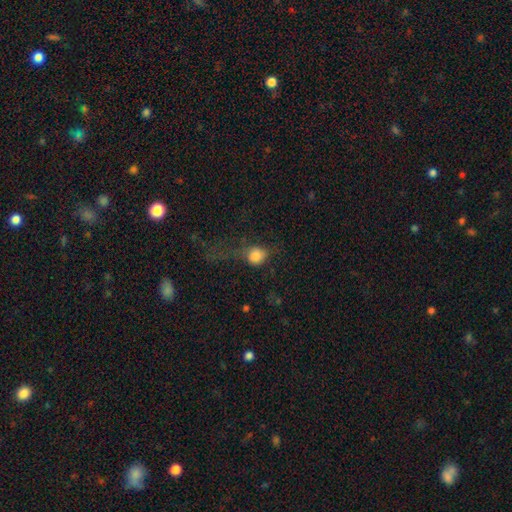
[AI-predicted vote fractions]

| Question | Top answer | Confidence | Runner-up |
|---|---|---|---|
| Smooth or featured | smooth | 77% | star or artifact (12%) |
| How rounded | round | 71% | in between (27%) |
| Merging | major disturbance | 41% | none (33%) |